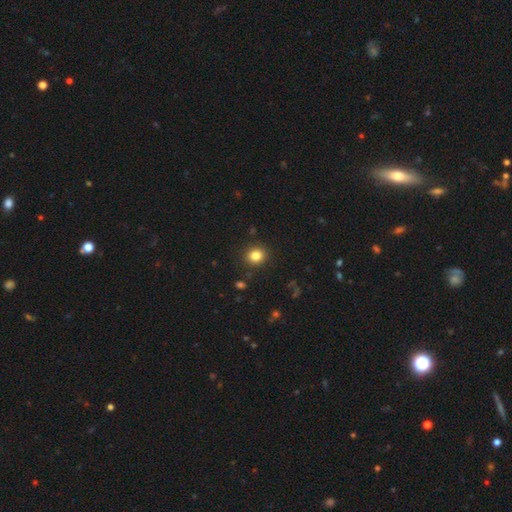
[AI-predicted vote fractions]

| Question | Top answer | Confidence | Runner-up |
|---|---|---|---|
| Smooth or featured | smooth | 83% | star or artifact (11%) |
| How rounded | round | 82% | in between (17%) |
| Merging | none | 90% | minor disturbance (6%) |